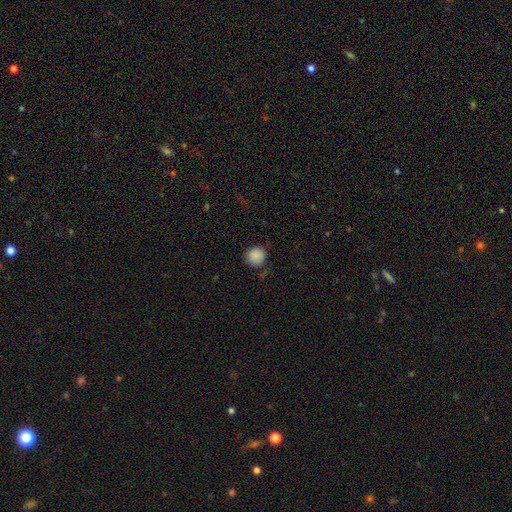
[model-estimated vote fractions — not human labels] smooth-or-featured: smooth: 87% | star or artifact: 9% | featured or disk: 4%
  how-rounded: round: 90% | in between: 9% | cigar-shaped: 1%
  merging: none: 74% | minor disturbance: 19% | major disturbance: 5% | merger: 2%